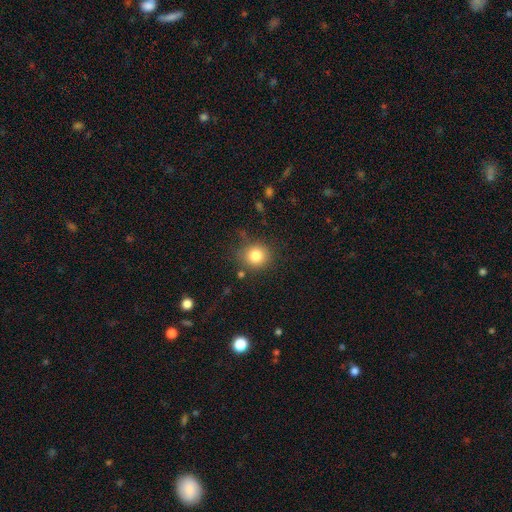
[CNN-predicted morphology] The model was most divided on "smooth or featured": smooth: 82%, star or artifact: 11%, featured or disk: 7%. More confident: how rounded — round (87%); merging — none (82%).